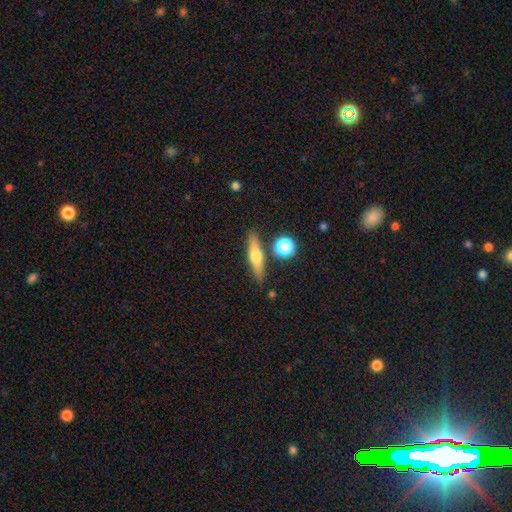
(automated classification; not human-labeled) Q: Smooth or featured?
A: featured or disk (47%); runner-up: smooth (45%)
Q: Merging?
A: none (83%); runner-up: minor disturbance (9%)